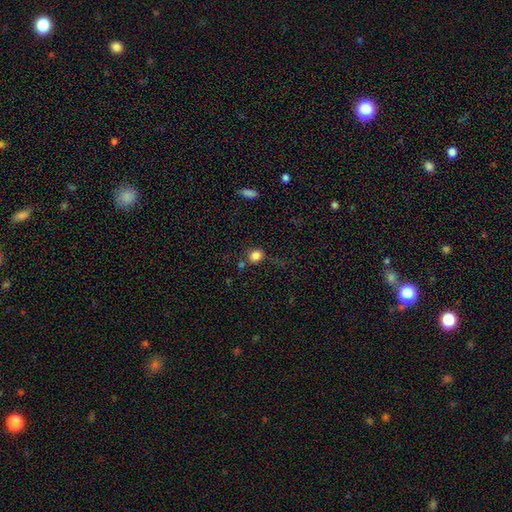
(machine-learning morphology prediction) A smooth galaxy with no disk features (82%) that is round (76%).

Vote fractions:
- Smooth or featured? smooth: 82% / star or artifact: 12% / featured or disk: 6%
- How rounded? round: 76% / in between: 23% / cigar-shaped: 1%
- Merging? none: 64% / minor disturbance: 18% / major disturbance: 9% / merger: 9%